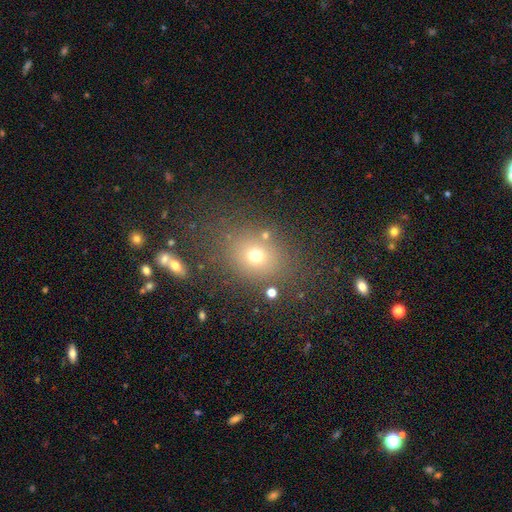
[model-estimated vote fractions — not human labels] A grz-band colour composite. It shows a smooth galaxy with no disk features (69%) that is round (58%). Merging: none (75%).